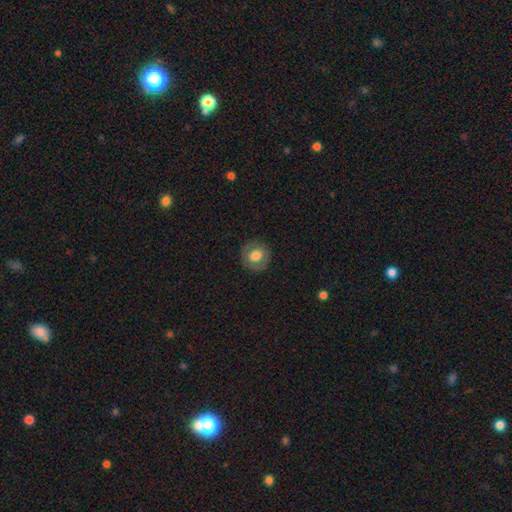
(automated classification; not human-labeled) A smooth galaxy with no disk features (69%) that is round (88%).

Vote fractions:
- Smooth or featured? smooth: 69% / featured or disk: 23% / star or artifact: 8%
- How rounded? round: 88% / in between: 11% / cigar-shaped: 1%
- Merging? none: 86% / minor disturbance: 10% / major disturbance: 3% / merger: 1%